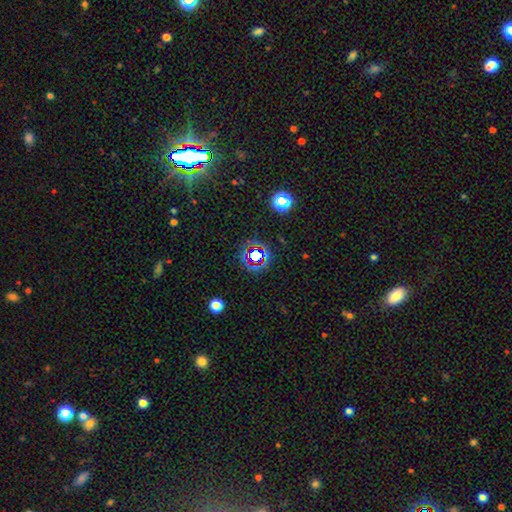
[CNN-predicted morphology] Smooth or featured? star or artifact (68%)